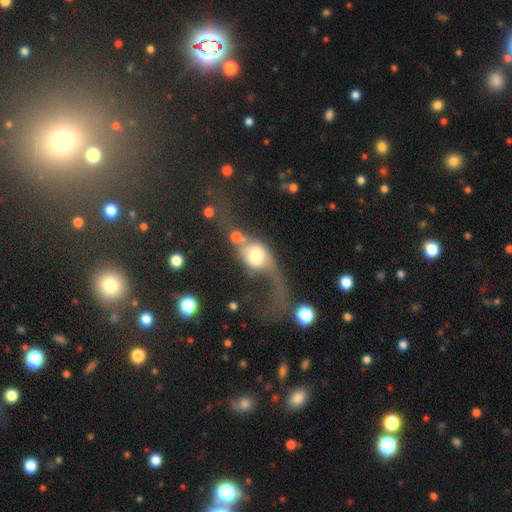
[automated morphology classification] Smooth or featured: featured or disk — 49% (smooth — 43%)
Merging: major disturbance — 43% (merger — 28%)